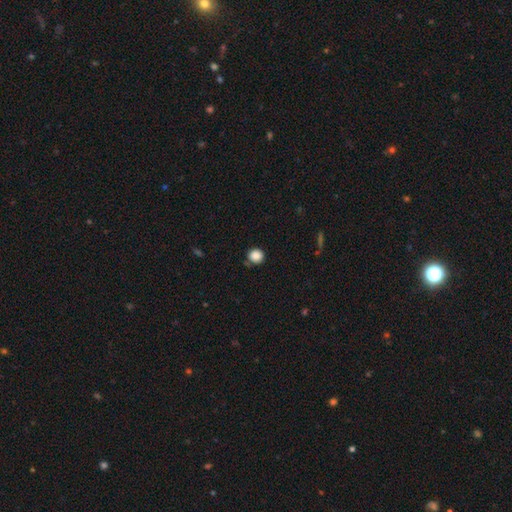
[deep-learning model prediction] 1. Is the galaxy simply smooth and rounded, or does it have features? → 87% smooth, 10% star or artifact, 3% featured or disk.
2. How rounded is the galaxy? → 91% round, 8% in between, 1% cigar-shaped.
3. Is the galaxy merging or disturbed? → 83% none, 11% minor disturbance, 4% merger, 3% major disturbance.